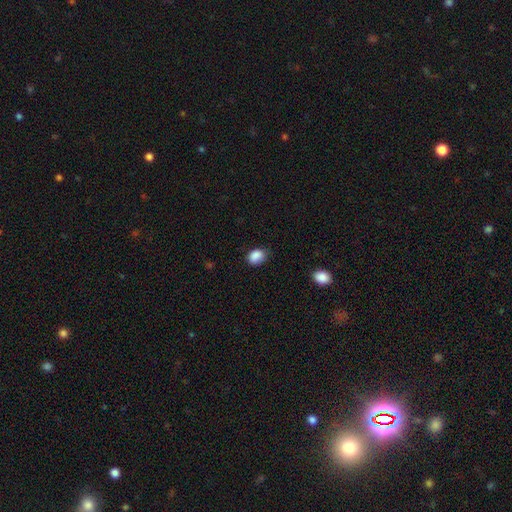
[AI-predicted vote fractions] A smooth galaxy with no disk features (87%) that is in between round and cigar-shaped (68%).

Vote fractions:
- Smooth or featured? smooth: 87% / star or artifact: 9% / featured or disk: 4%
- How rounded? in between: 68% / round: 31% / cigar-shaped: 1%
- Merging? none: 71% / minor disturbance: 23% / major disturbance: 4% / merger: 2%